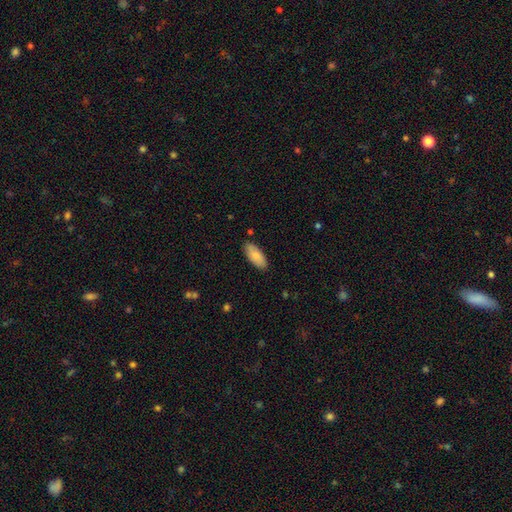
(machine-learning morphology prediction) Smooth or featured? Predicted: smooth (p=0.83). How rounded? Predicted: in between (p=0.86). Merging? Predicted: none (p=0.86).